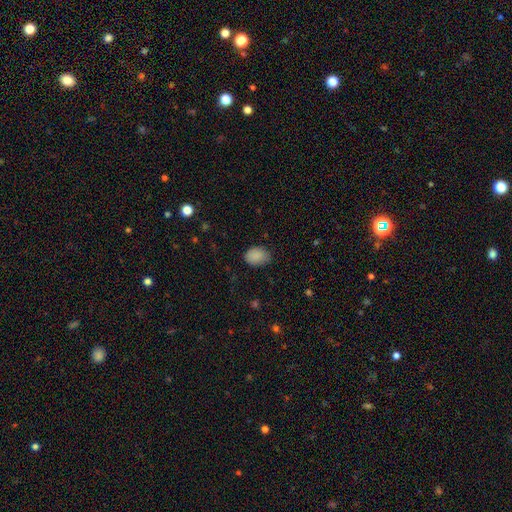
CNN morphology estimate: The model was most divided on "merging": none: 70%, minor disturbance: 25%, major disturbance: 4%, merger: 1%. More confident: smooth or featured — smooth (88%); how rounded — in between (76%).